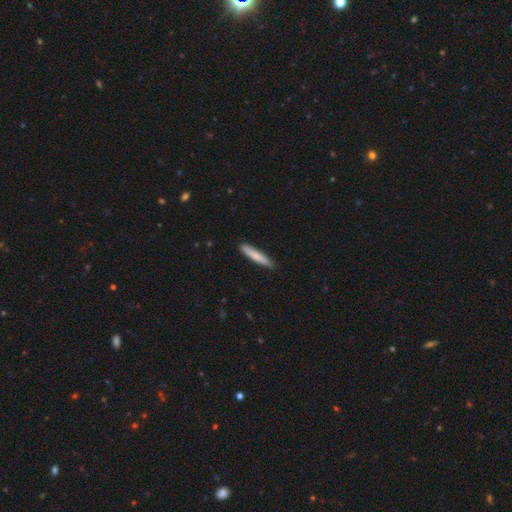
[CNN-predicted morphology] Smooth or featured? Predicted: smooth (p=0.78). How rounded? Predicted: cigar-shaped (p=0.91). Merging? Predicted: none (p=0.89).